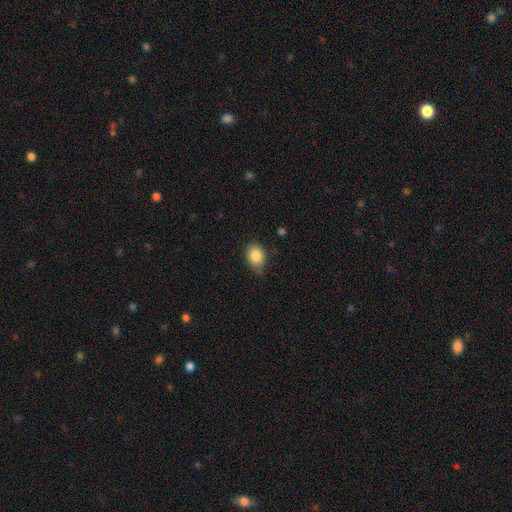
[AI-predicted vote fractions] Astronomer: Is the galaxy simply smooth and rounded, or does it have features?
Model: smooth — 85%.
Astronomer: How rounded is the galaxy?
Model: in between — 70%.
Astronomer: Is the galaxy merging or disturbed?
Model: none — 66%.